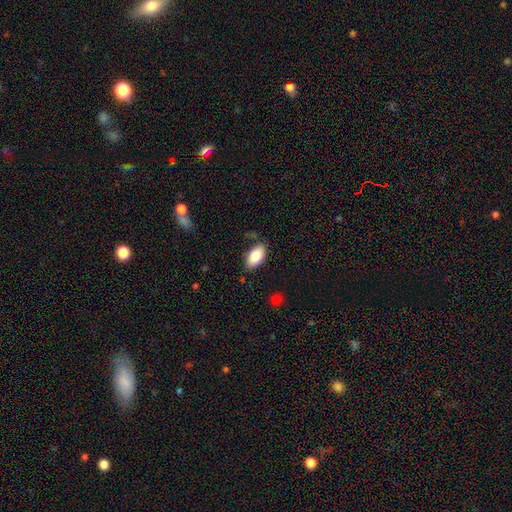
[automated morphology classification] Smooth or featured?
  - smooth: 83% *
  - featured or disk: 10%
  - star or artifact: 7%
How rounded?
  - in between: 93% *
  - cigar-shaped: 4%
  - round: 3%
Merging?
  - none: 81% *
  - minor disturbance: 14%
  - major disturbance: 3%
  - merger: 2%